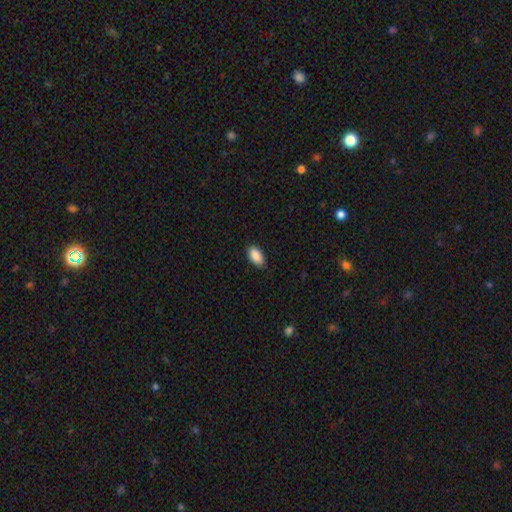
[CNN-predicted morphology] smooth_or_featured: smooth (p=0.90) [alt: star or artifact p=0.07]
how_rounded: in between (p=0.94) [alt: round p=0.03]
merging: none (p=0.83) [alt: minor disturbance p=0.14]